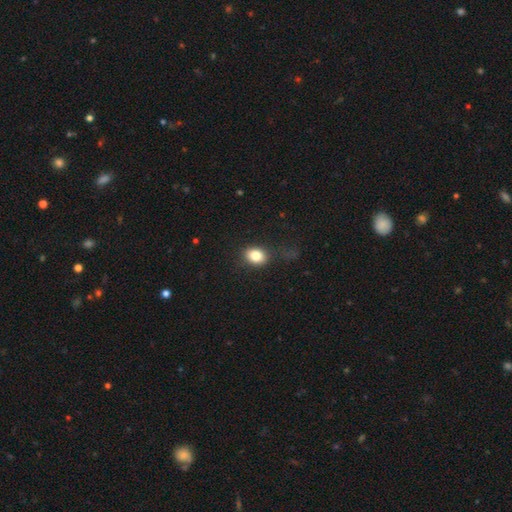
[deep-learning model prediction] Smooth or featured?
  - smooth: 83% *
  - star or artifact: 9%
  - featured or disk: 8%
How rounded?
  - in between: 64% *
  - round: 35%
  - cigar-shaped: 1%
Merging?
  - none: 79% *
  - minor disturbance: 14%
  - major disturbance: 6%
  - merger: 1%